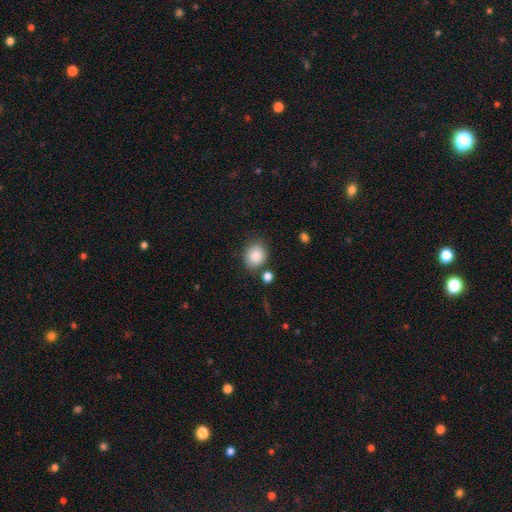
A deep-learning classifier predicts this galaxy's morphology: Smooth or featured? smooth (85%)
How rounded? round (61%)
Merging? none (76%)